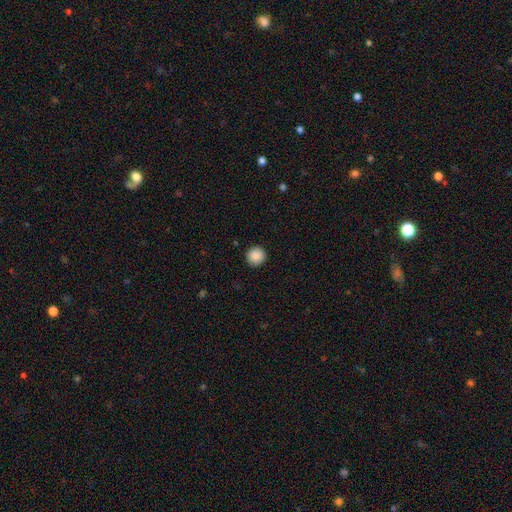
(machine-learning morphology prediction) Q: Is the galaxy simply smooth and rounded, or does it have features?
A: smooth — 89%.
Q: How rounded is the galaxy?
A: round — 95%.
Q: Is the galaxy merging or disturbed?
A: none — 92%.